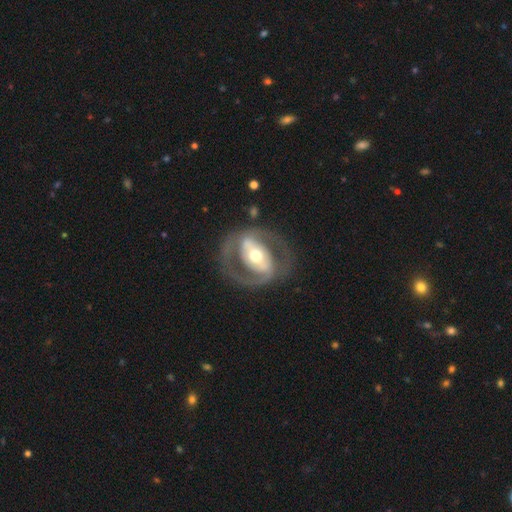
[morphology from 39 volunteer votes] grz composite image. It shows a featured or disk galaxy (77%) with a strong bar (43%), 2 (75%) medium (55%) spiral arms (67%) and a moderate central bulge (67%). Merging: none (63%).